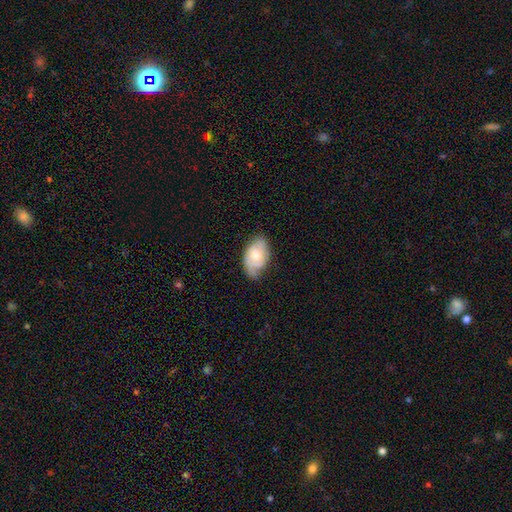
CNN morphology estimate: Q: Smooth or featured?
A: smooth (55%); runner-up: featured or disk (38%)
Q: How rounded?
A: in between (90%); runner-up: round (8%)
Q: Merging?
A: none (56%); runner-up: minor disturbance (34%)